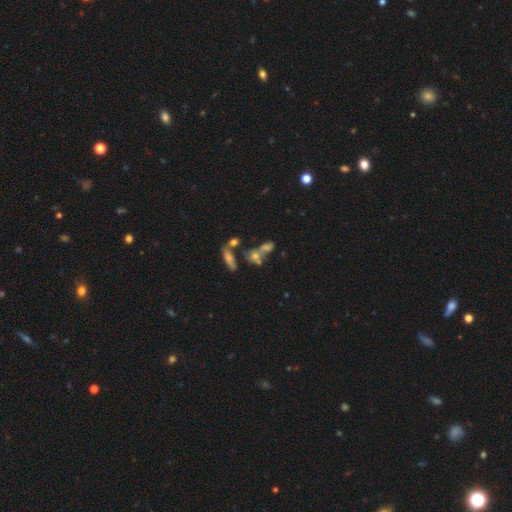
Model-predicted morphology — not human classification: Smooth or featured? Predicted: smooth (p=0.44). Merging? Predicted: merger (p=0.41).